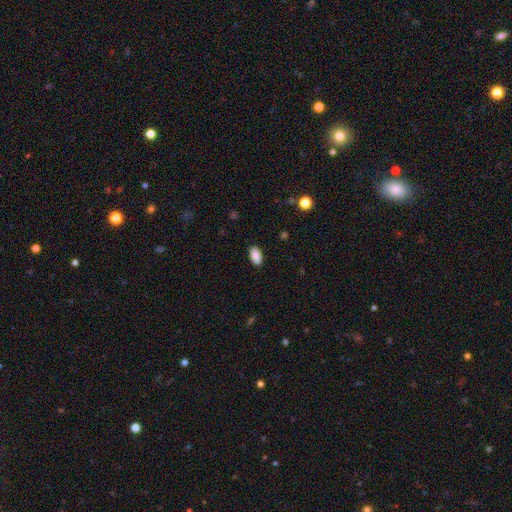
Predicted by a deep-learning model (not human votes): Smooth or featured? smooth (89%)
How rounded? in between (93%)
Merging? none (88%)